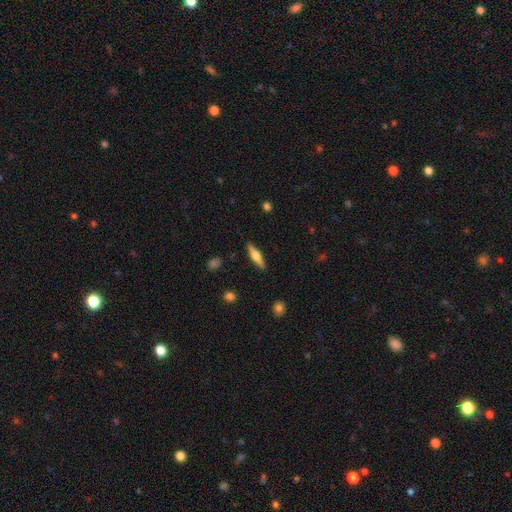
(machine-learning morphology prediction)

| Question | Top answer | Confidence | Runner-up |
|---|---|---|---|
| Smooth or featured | featured or disk | 56% | smooth (38%) |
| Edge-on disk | yes | 95% | no (5%) |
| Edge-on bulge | rounded | 92% | boxy (5%) |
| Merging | none | 89% | minor disturbance (8%) |